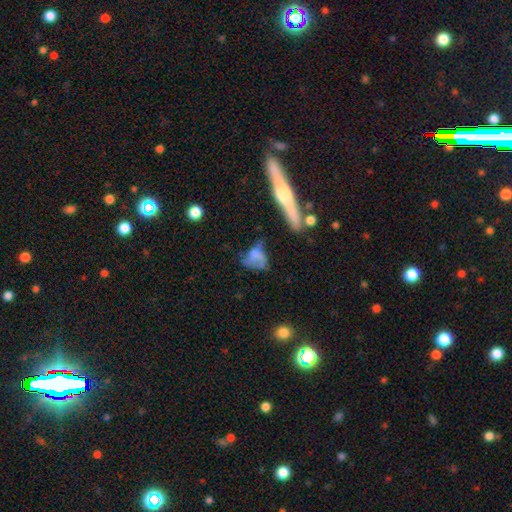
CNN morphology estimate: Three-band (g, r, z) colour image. It shows a smooth galaxy with no disk features (54%) that is in between round and cigar-shaped (68%). Merging: major disturbance (33%).